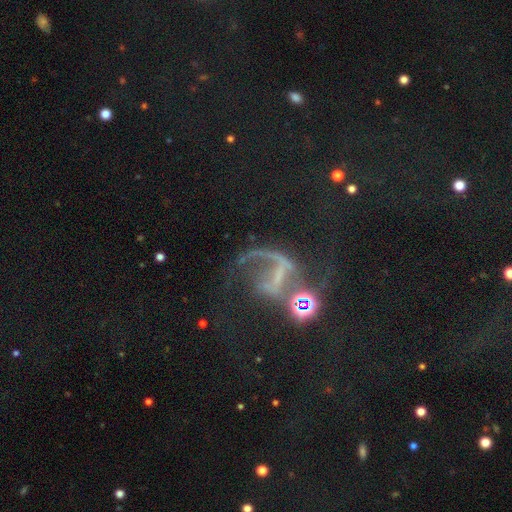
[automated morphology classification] featured or disk 56%, star or artifact 30%, smooth 15%. Down the decision tree: edge-on disk — no (95%); bar — no (42%); spiral arms — yes (71%); bulge size — small (42%); merging — major disturbance (36%).